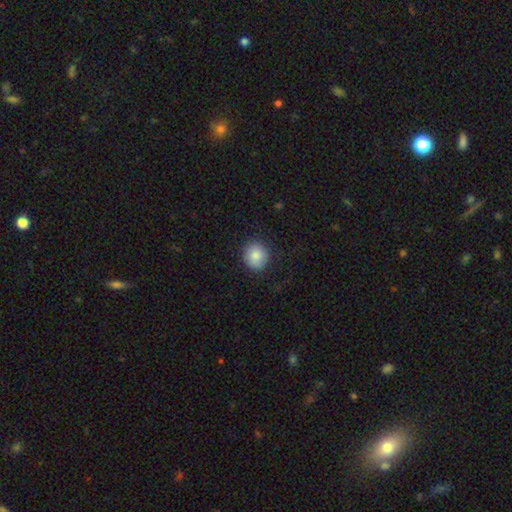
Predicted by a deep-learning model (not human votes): smooth 85%, star or artifact 8%, featured or disk 7%. Down the decision tree: how rounded — round (85%); merging — none (86%).